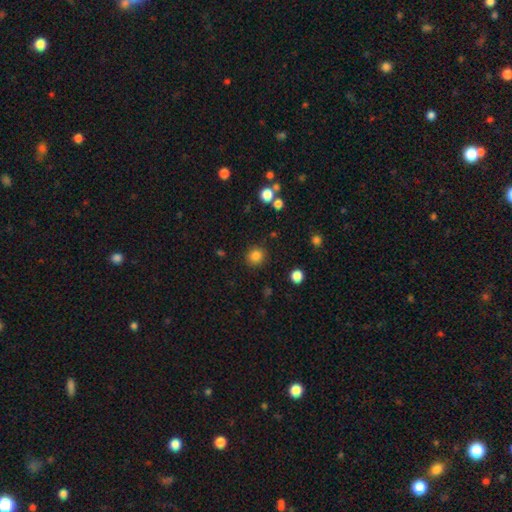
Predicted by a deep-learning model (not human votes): A smooth galaxy with no disk features (84%) that is round (88%). Merging: none (88%).